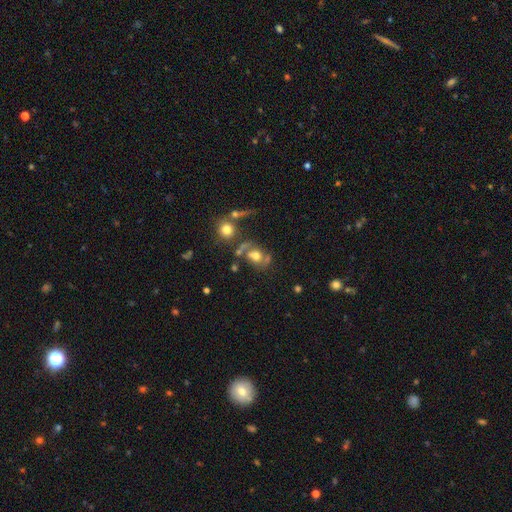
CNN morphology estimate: Smooth or featured? smooth (53%)
How rounded? in between (53%)
Merging? none (40%)